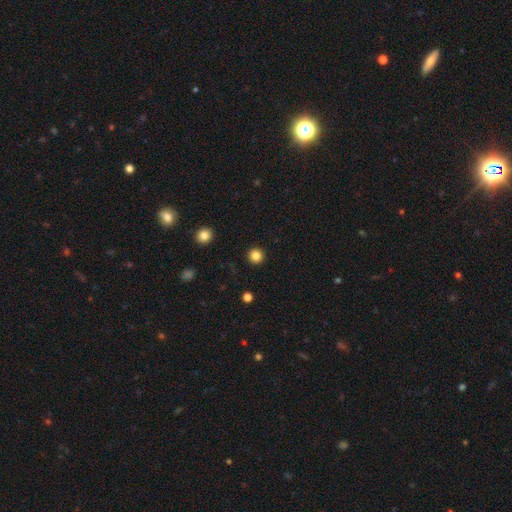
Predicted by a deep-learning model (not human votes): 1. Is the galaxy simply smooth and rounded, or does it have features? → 84% smooth, 12% star or artifact, 4% featured or disk.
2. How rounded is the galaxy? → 96% round, 3% in between, 1% cigar-shaped.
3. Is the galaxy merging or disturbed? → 93% none, 4% minor disturbance, 2% major disturbance, 1% merger.